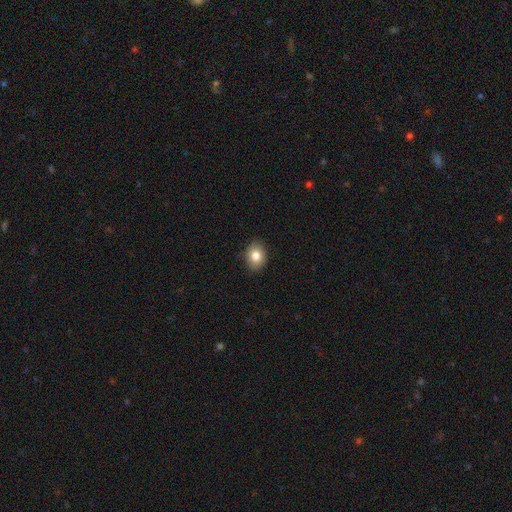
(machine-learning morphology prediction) type=smooth (82%); roundness=in between (54%); merging=none (87%).